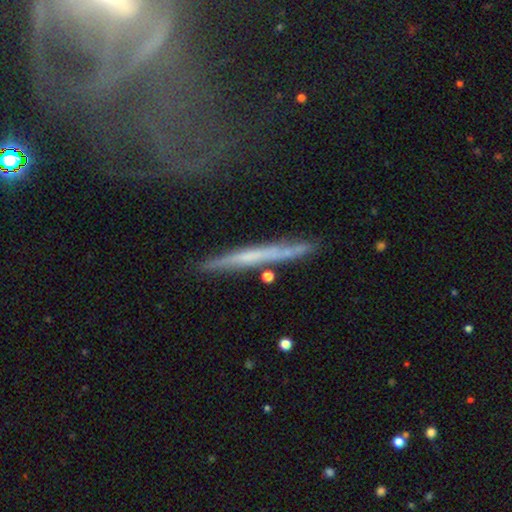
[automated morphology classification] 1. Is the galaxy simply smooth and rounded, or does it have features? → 56% featured or disk, 37% smooth, 7% star or artifact.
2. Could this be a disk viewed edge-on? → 93% yes, 7% no.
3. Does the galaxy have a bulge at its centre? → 77% none, 19% rounded, 5% boxy.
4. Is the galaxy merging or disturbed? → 83% none, 12% minor disturbance, 3% merger, 3% major disturbance.